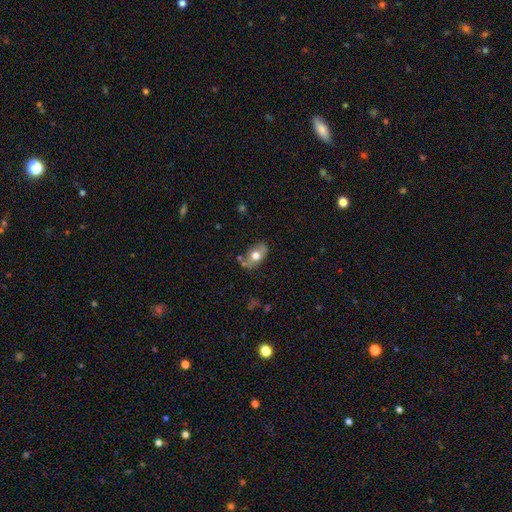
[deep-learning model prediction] Overall: smooth (62%; featured or disk 30%). How rounded: in between (87%). Merging: none (68%).